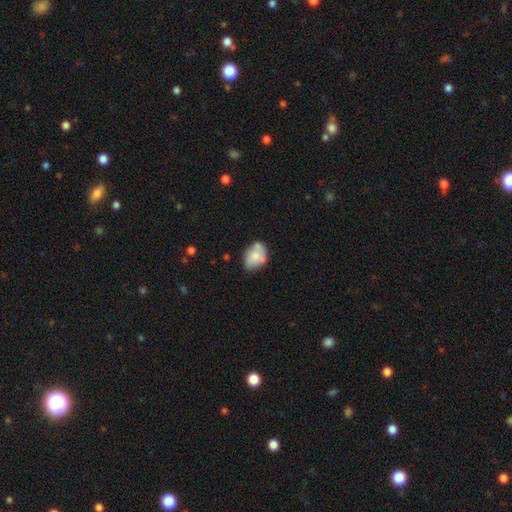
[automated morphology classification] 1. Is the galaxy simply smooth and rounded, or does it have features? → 72% smooth, 20% featured or disk, 7% star or artifact.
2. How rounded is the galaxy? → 76% in between, 23% round, 1% cigar-shaped.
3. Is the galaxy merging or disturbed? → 52% none, 29% minor disturbance, 11% merger, 7% major disturbance.